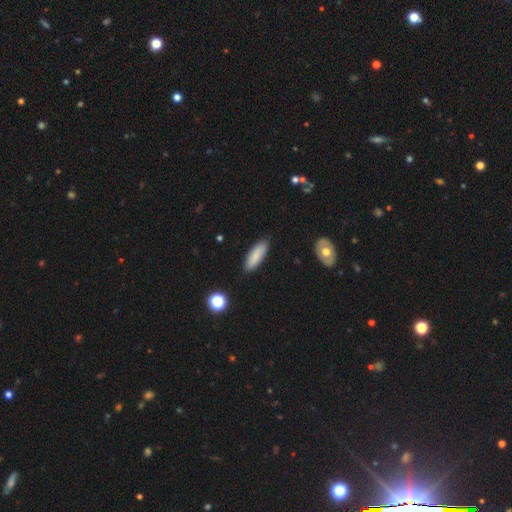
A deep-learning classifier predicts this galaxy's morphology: smooth-or-featured: smooth: 84% | featured or disk: 9% | star or artifact: 6%
  how-rounded: in between: 53% | cigar-shaped: 45% | round: 2%
  merging: none: 87% | minor disturbance: 10% | major disturbance: 2% | merger: 1%